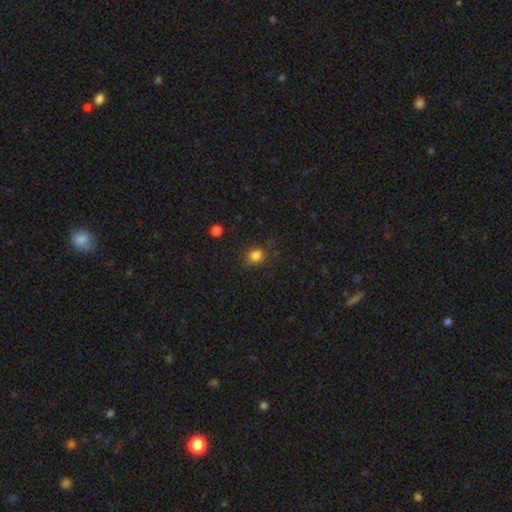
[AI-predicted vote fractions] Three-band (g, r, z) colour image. It shows a smooth galaxy with no disk features (83%) that is round (65%). Merging: none (77%).